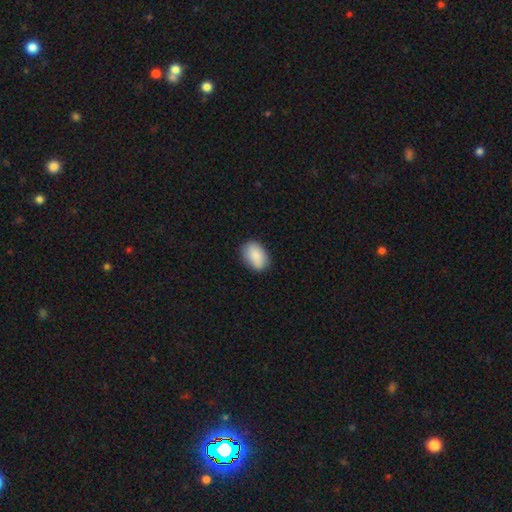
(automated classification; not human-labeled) This appears to be a smooth galaxy with no disk features (89%) that is in between round and cigar-shaped (88%). Merging: none (85%).